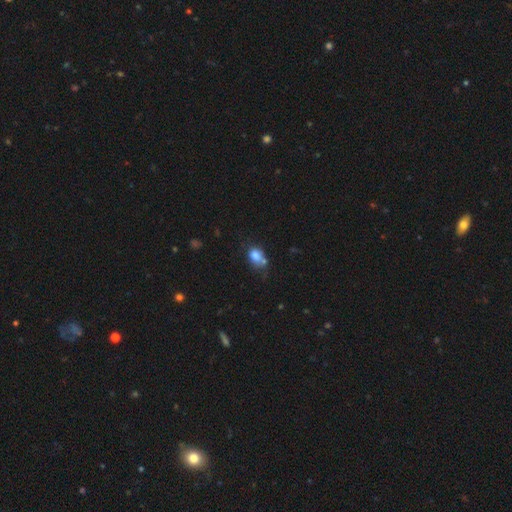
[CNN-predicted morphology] The model was most divided on "how rounded": in between: 58%, round: 41%, cigar-shaped: 1%. Remaining: smooth or featured — smooth (79%); merging — none (44%).